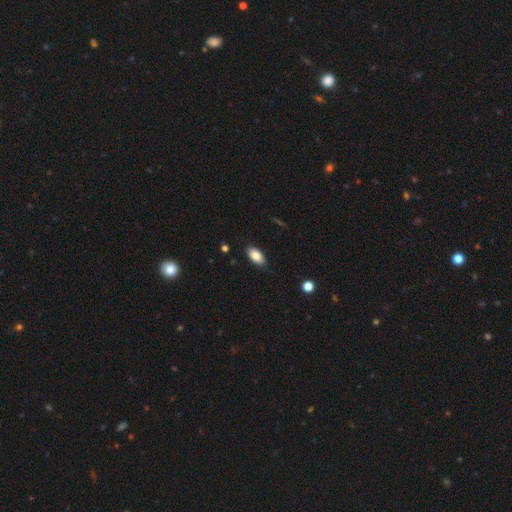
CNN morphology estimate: Overall: smooth (83%). How rounded: in between (92%). Merging: none (85%).